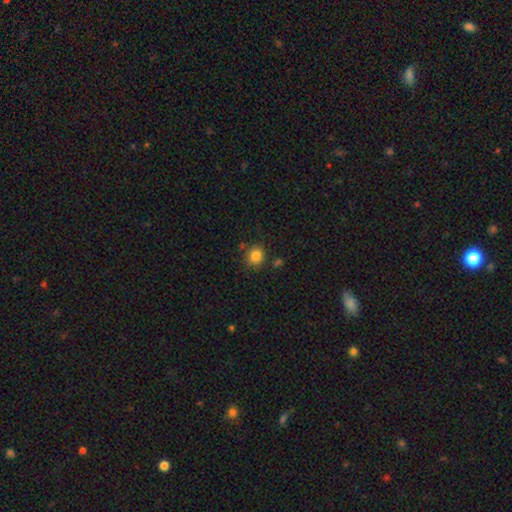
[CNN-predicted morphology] This is clearly a smooth galaxy (84%). How rounded: clearly round (83%). Merging: likely none (80%).